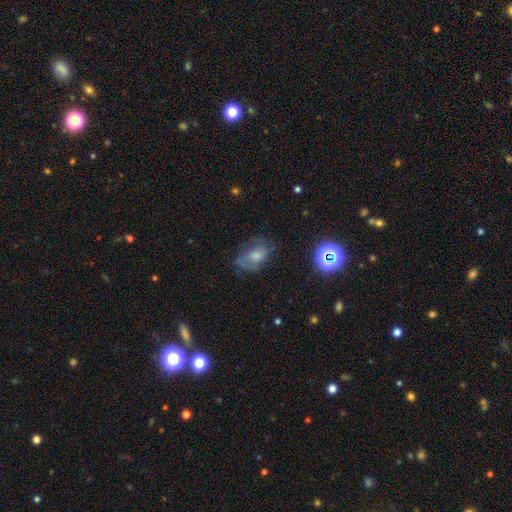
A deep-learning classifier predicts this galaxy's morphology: This is possibly a smooth galaxy (47%). Merging: possibly none (49%).